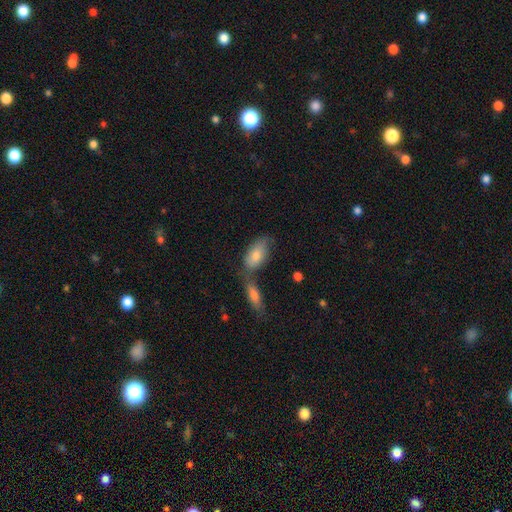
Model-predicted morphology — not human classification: Overall: smooth (74%). How rounded: in between (87%). Merging: none (44%; merger 34%).